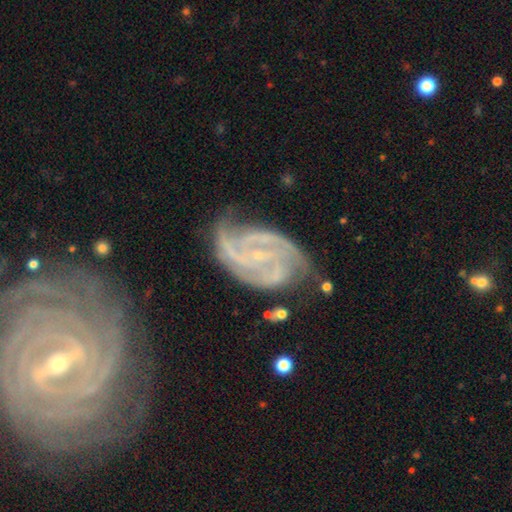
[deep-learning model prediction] A featured or disk galaxy (89%) with no bar (47%), 3 (39%) tight (51%) spiral arms (98%) and a small central bulge (82%). Merging: none (58%).